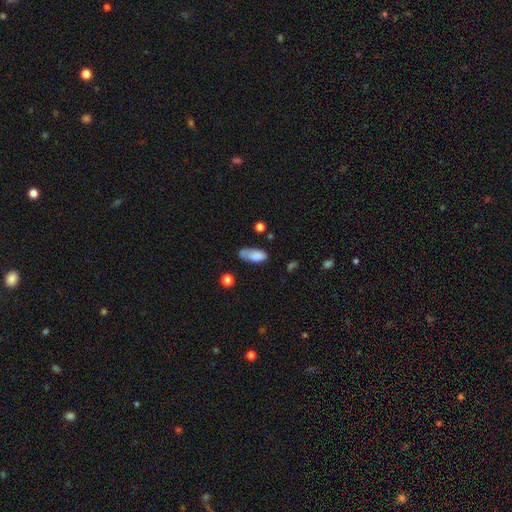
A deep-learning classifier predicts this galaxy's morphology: Smooth or featured?
  - smooth: 80% *
  - featured or disk: 11%
  - star or artifact: 9%
How rounded?
  - in between: 86% *
  - cigar-shaped: 11%
  - round: 3%
Merging?
  - none: 45% *
  - minor disturbance: 33%
  - major disturbance: 14%
  - merger: 8%